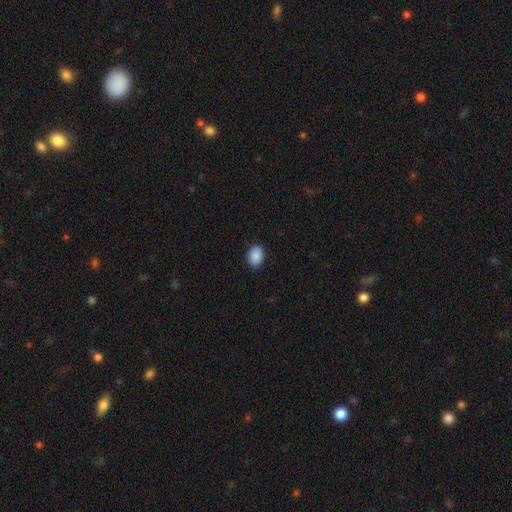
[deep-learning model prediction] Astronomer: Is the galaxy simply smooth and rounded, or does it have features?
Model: smooth — 90%.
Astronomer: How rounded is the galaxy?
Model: in between — 72%.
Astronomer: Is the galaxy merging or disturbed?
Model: none — 89%.